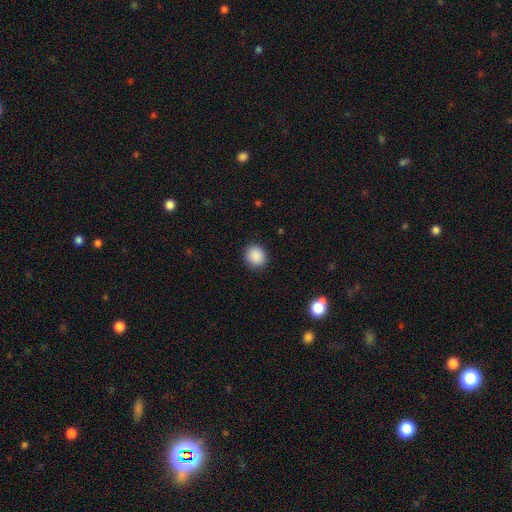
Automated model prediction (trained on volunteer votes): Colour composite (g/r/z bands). It shows a smooth galaxy with no disk features (89%) that is round (85%). Merging: none (91%).